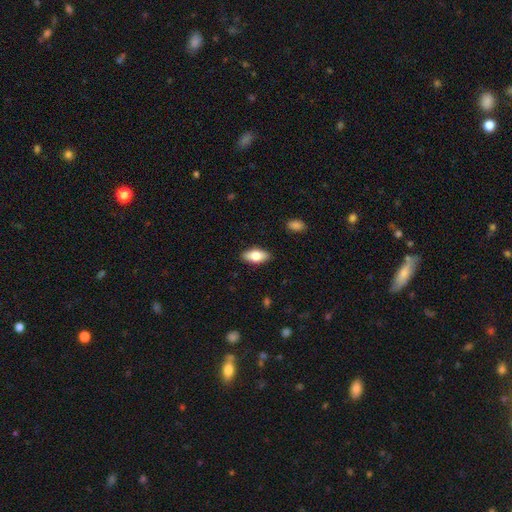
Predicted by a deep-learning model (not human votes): Smooth or featured: smooth — 77% (featured or disk — 16%)
How rounded: in between — 88% (cigar-shaped — 9%)
Merging: none — 89% (minor disturbance — 8%)